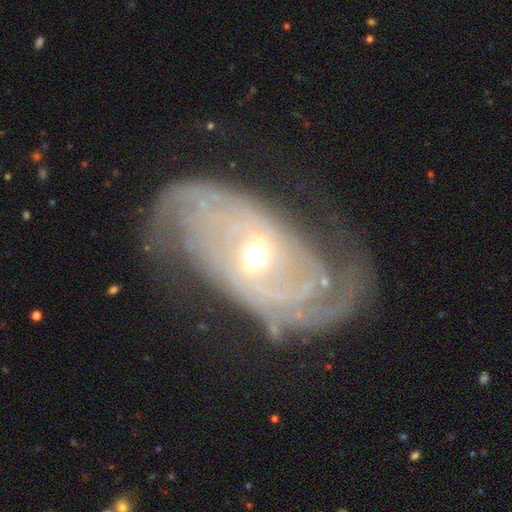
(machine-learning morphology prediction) Q: Smooth or featured?
A: featured or disk (78%); runner-up: smooth (14%)
Q: Edge-on disk?
A: no (89%); runner-up: yes (11%)
Q: Bar?
A: no (60%); runner-up: weak (26%)
Q: Spiral arms?
A: yes (67%); runner-up: no (33%)
Q: Bulge size?
A: moderate (66%); runner-up: small (21%)
Q: Merging?
A: none (59%); runner-up: minor disturbance (20%)